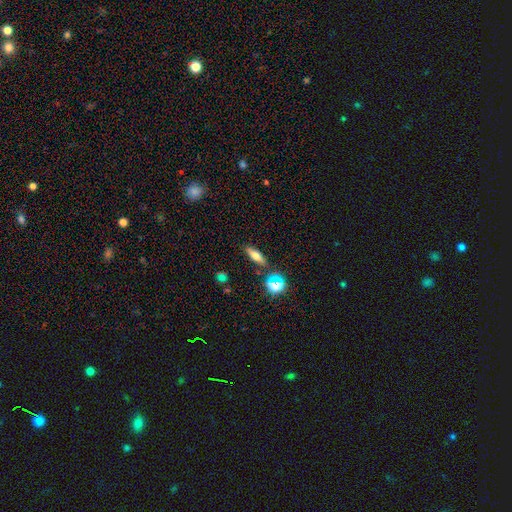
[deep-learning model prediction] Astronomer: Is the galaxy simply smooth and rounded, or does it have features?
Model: smooth — 57%.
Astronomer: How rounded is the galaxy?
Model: in between — 48% (runner-up: cigar-shaped, 45%).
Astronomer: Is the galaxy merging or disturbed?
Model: none — 84%.